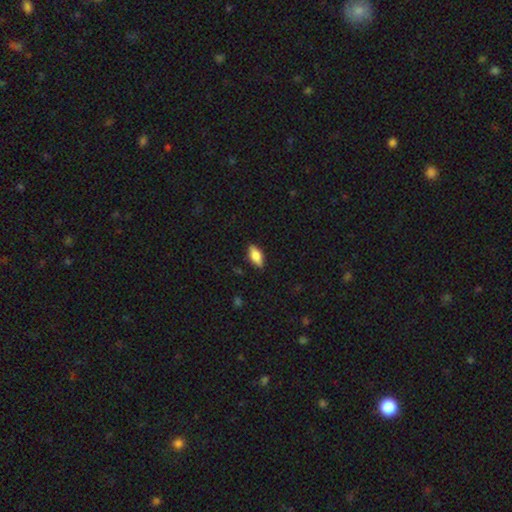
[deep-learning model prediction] Smooth or featured: smooth — 78% (featured or disk — 15%)
How rounded: in between — 85% (cigar-shaped — 12%)
Merging: none — 86% (minor disturbance — 11%)